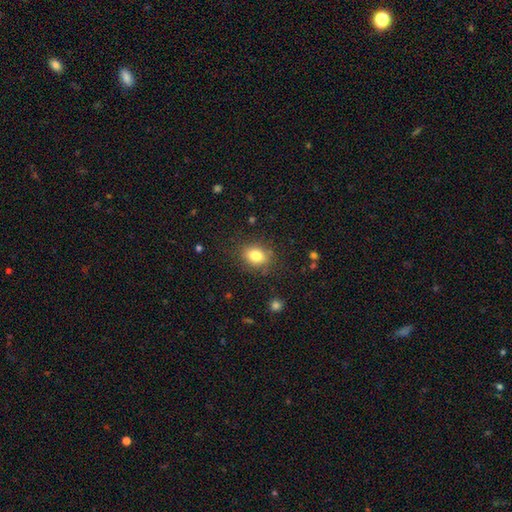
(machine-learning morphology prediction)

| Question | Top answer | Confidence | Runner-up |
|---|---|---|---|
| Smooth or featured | smooth | 81% | star or artifact (10%) |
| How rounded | in between | 53% | round (46%) |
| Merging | none | 82% | minor disturbance (12%) |